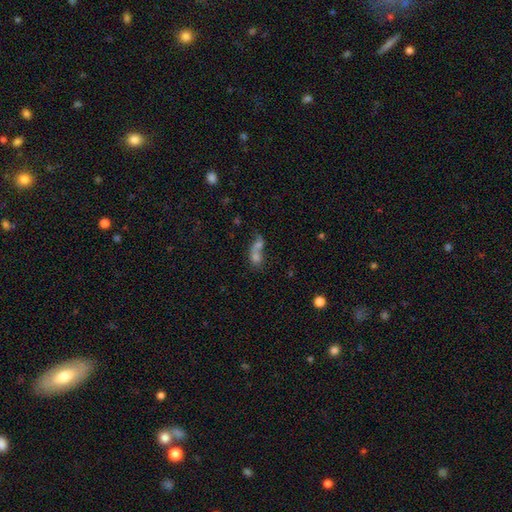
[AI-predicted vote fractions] This is possibly a smooth galaxy (59%). How rounded: possibly in between (54%). Merging: likely merger (66%).